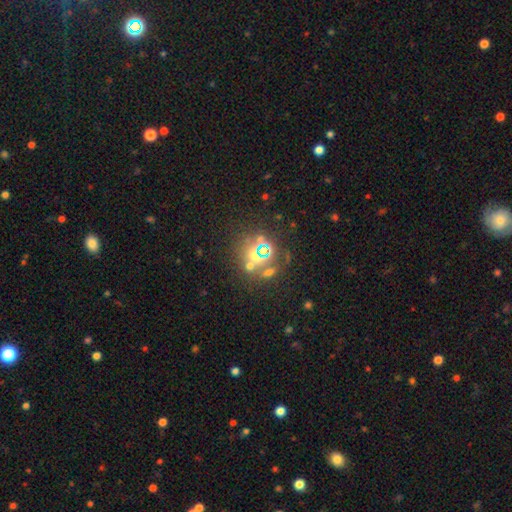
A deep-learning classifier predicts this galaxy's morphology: Q: Smooth or featured?
A: star or artifact (57%); runner-up: smooth (30%)